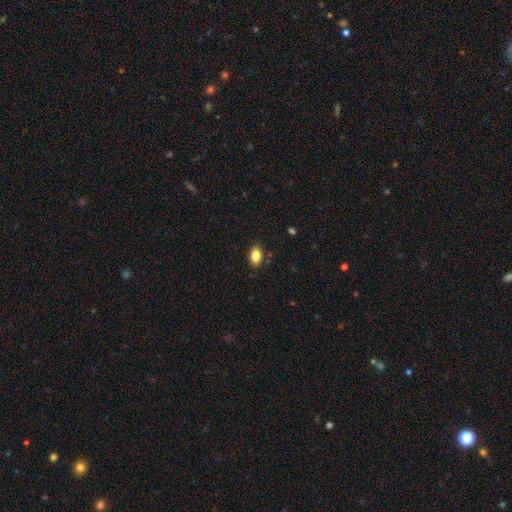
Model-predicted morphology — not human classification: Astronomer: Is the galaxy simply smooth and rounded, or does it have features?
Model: smooth — 85%.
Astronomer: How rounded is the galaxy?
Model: in between — 88%.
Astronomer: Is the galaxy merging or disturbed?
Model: none — 86%.